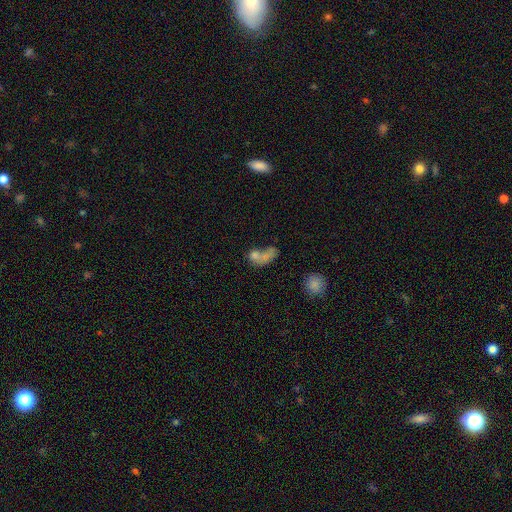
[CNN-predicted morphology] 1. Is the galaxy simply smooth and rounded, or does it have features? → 67% smooth, 20% featured or disk, 14% star or artifact.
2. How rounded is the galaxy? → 62% in between, 34% round, 4% cigar-shaped.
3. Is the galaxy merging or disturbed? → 57% merger, 20% none, 14% major disturbance, 9% minor disturbance.